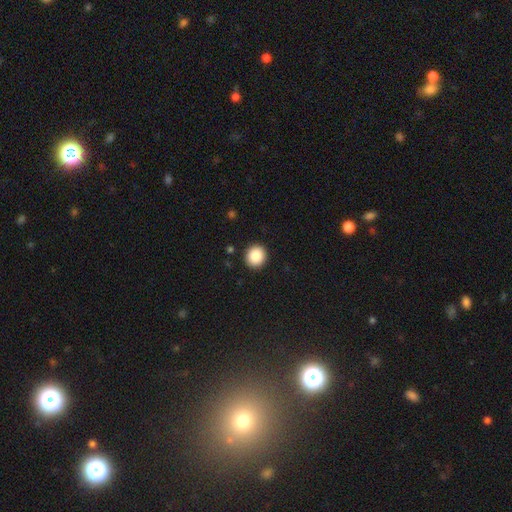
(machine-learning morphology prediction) Smooth or featured?
  - smooth: 87% *
  - star or artifact: 9%
  - featured or disk: 4%
How rounded?
  - round: 90% *
  - in between: 9%
  - cigar-shaped: 1%
Merging?
  - none: 92% *
  - minor disturbance: 5%
  - major disturbance: 2%
  - merger: 1%